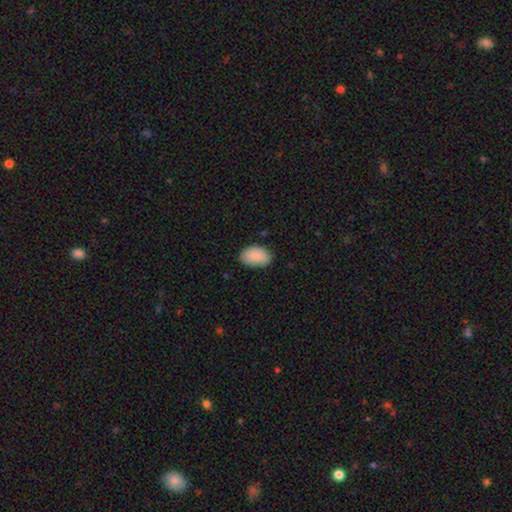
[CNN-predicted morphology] type=smooth (89%); roundness=in between (92%); merging=none (81%).